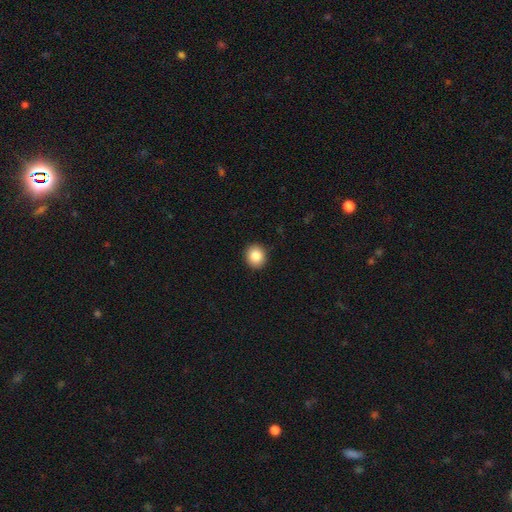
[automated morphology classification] Overall: smooth (85%). How rounded: round (79%). Merging: none (91%).